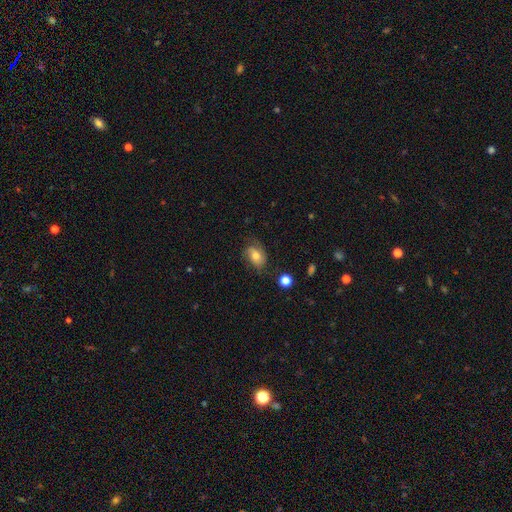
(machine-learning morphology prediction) A smooth galaxy with no disk features (52%) that is in between round and cigar-shaped (75%).

Vote fractions:
- Smooth or featured? smooth: 52% / featured or disk: 38% / star or artifact: 10%
- How rounded? in between: 75% / round: 23% / cigar-shaped: 2%
- Merging? none: 63% / minor disturbance: 25% / major disturbance: 10% / merger: 2%